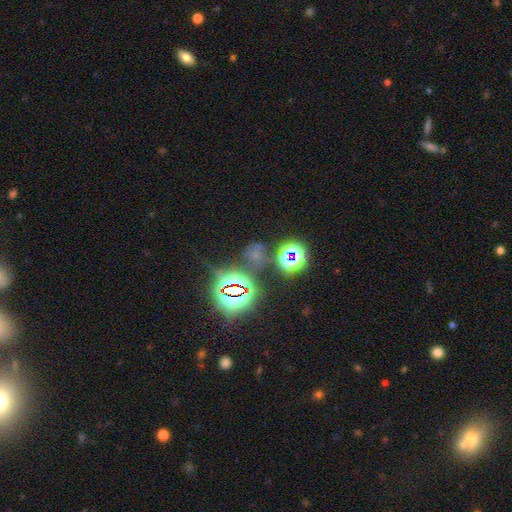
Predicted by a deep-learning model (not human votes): Smooth or featured? star or artifact (59%)